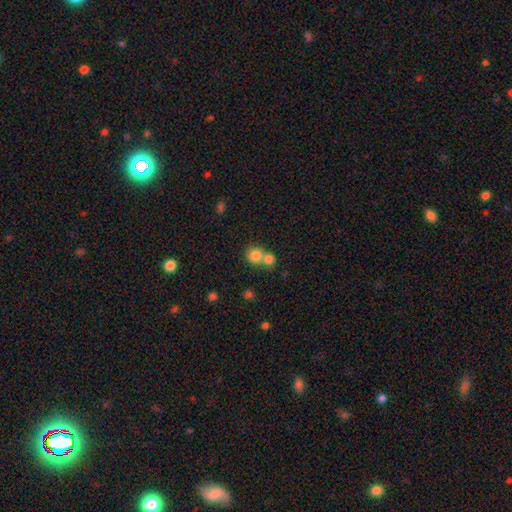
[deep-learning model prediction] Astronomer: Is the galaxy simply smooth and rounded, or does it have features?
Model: smooth — 81%.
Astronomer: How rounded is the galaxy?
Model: round — 87%.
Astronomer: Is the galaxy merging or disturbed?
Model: merger — 51% (runner-up: none, 41%).